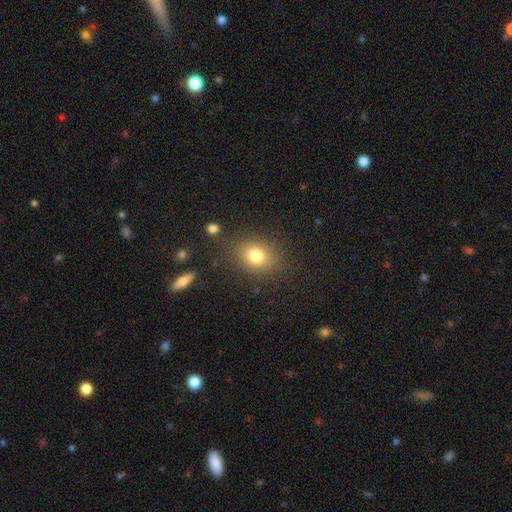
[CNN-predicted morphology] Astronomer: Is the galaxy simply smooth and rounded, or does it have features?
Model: smooth — 79%.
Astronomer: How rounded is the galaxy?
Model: in between — 53% (runner-up: round, 46%).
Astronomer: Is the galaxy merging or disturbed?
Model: none — 81%.